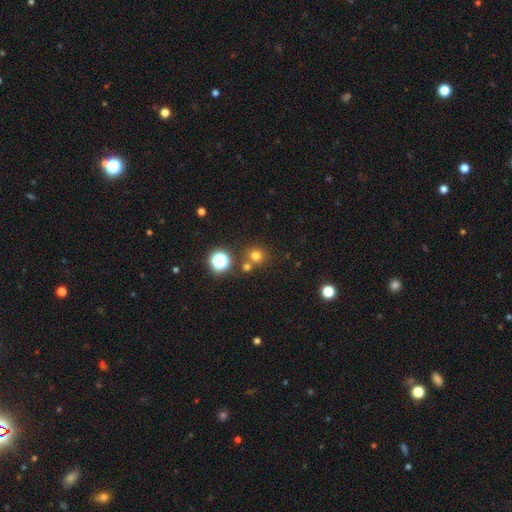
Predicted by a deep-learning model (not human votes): Q: Smooth or featured?
A: smooth (70%); runner-up: star or artifact (23%)
Q: How rounded?
A: round (91%); runner-up: in between (8%)
Q: Merging?
A: none (72%); runner-up: merger (18%)